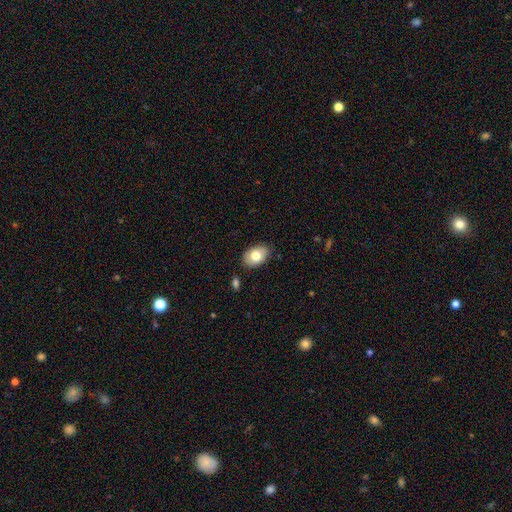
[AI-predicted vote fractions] Q: Smooth or featured?
A: smooth (76%); runner-up: featured or disk (17%)
Q: How rounded?
A: in between (86%); runner-up: round (13%)
Q: Merging?
A: none (83%); runner-up: minor disturbance (13%)